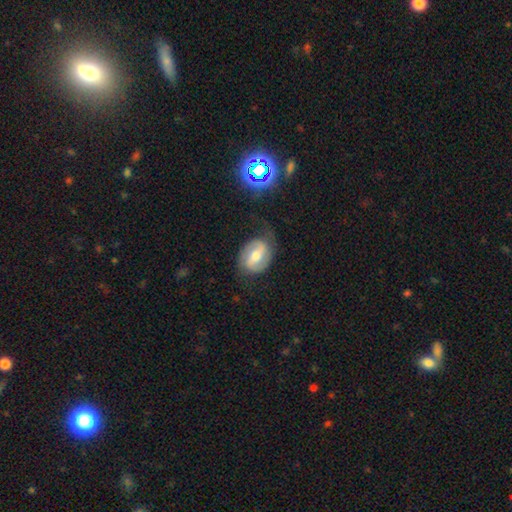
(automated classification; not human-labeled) This is likely a featured or disk galaxy (67%). It is clearly not viewed edge-on (96%). Bar: marginally strong (43%). Spiral arm pattern: clearly yes (84%). Spiral arm count: clearly 2 (85%). Spiral winding: marginally medium (45%). Central bulge: likely moderate (66%). Merging: likely none (70%).